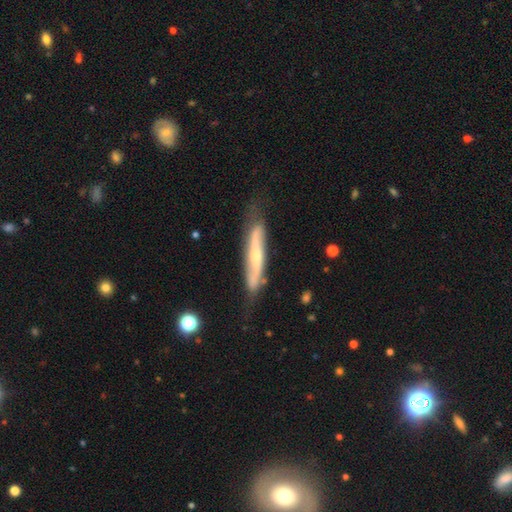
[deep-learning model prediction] A featured or disk galaxy (70%) viewed edge-on (50%, tied with no). Merging: none (66%).